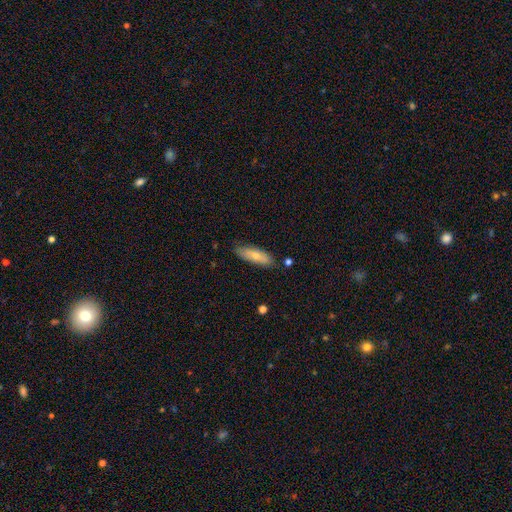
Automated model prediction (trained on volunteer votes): This appears to be a smooth galaxy with no disk features (71%) that is in between round and cigar-shaped (53%). Merging: none (81%).